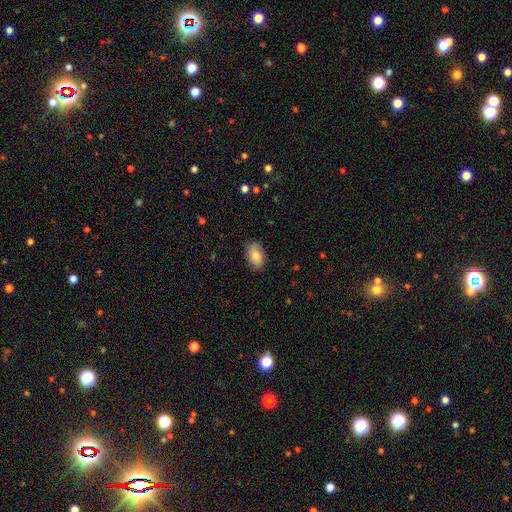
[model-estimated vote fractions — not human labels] Q: Smooth or featured?
A: smooth (79%); runner-up: featured or disk (14%)
Q: How rounded?
A: in between (92%); runner-up: round (6%)
Q: Merging?
A: none (85%); runner-up: minor disturbance (12%)